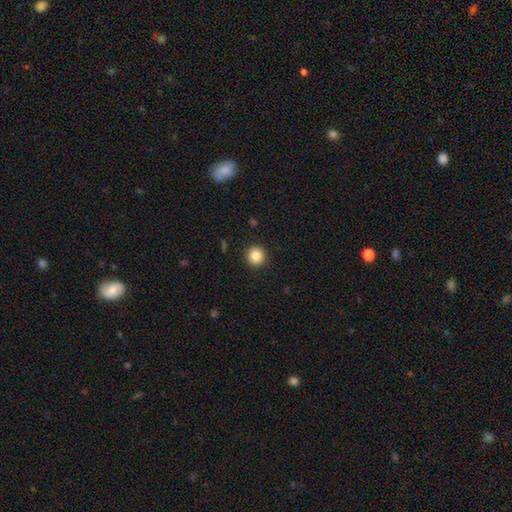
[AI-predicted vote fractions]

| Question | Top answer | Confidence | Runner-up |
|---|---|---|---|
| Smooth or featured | smooth | 86% | star or artifact (10%) |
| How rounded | round | 94% | in between (5%) |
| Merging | none | 92% | minor disturbance (5%) |